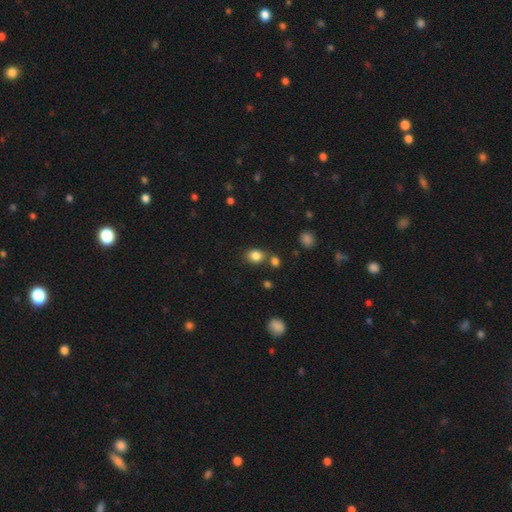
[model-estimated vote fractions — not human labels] smooth_or_featured: smooth (p=0.83) [alt: star or artifact p=0.11]
how_rounded: round (p=0.53) [alt: in between p=0.46]
merging: none (p=0.68) [alt: merger p=0.16]